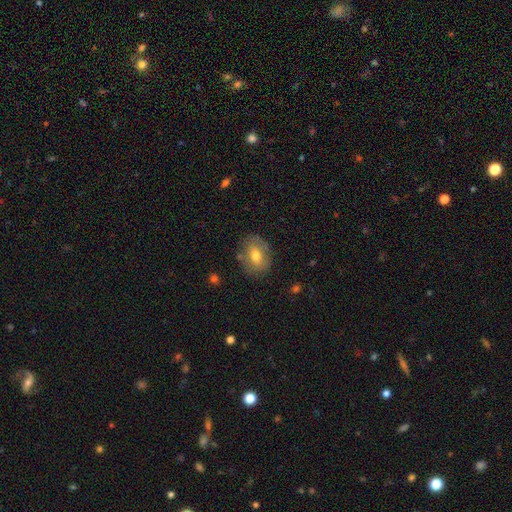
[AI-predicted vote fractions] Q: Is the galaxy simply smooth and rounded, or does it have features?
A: smooth — 63%.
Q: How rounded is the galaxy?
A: in between — 66%.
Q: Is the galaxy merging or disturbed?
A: none — 77%.